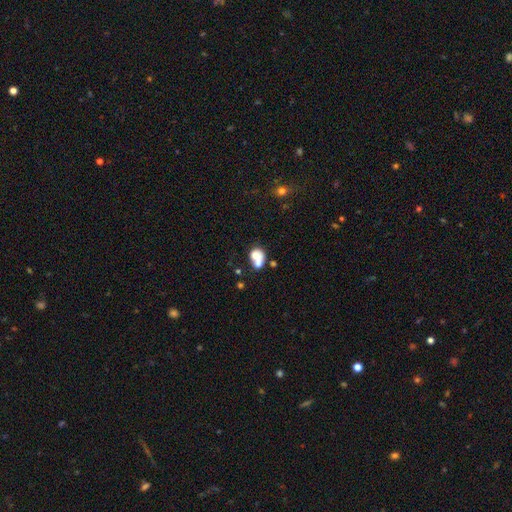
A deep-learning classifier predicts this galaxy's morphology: Overall: smooth (66%). How rounded: round (54%; in between 45%). Merging: merger (58%; none 24%).